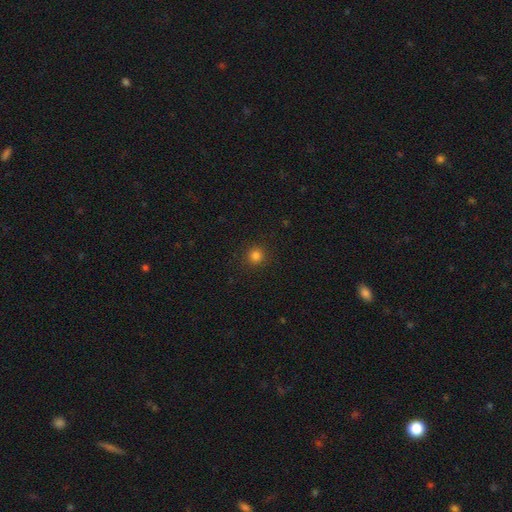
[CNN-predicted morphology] smooth_or_featured: smooth (p=0.82) [alt: star or artifact p=0.14]
how_rounded: round (p=0.93) [alt: in between p=0.06]
merging: none (p=0.91) [alt: minor disturbance p=0.06]